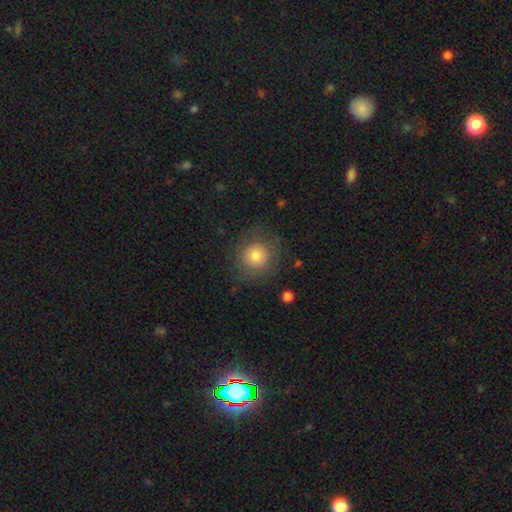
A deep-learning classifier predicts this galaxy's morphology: smooth 74%, featured or disk 15%, star or artifact 11%. Down the decision tree: how rounded — round (89%); merging — none (77%).